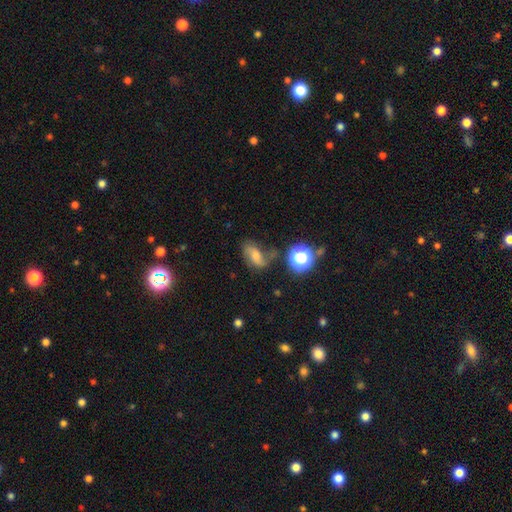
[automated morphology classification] smooth-or-featured: smooth: 45% | featured or disk: 39% | star or artifact: 17%
  merging: none: 44% | minor disturbance: 26% | major disturbance: 19% | merger: 11%